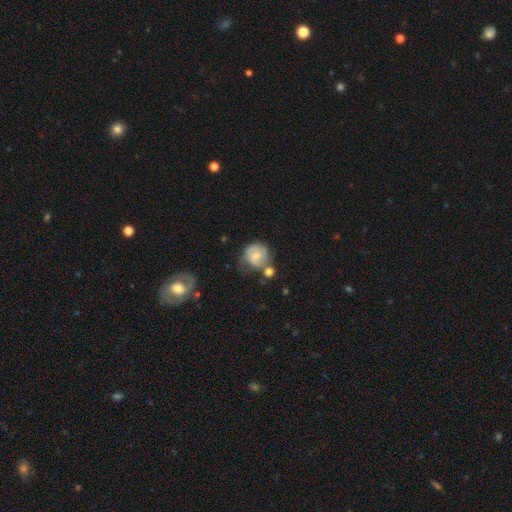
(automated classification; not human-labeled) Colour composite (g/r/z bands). It shows a smooth galaxy with no disk features (46%, tied with featured or disk). Merging: none (42%).